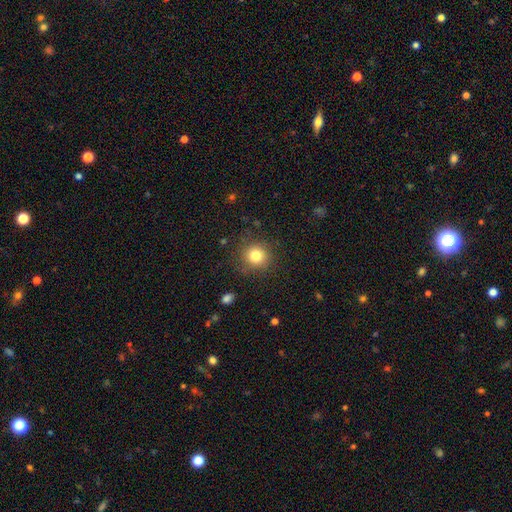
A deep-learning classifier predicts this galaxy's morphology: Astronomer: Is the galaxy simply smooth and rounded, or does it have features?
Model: smooth — 81%.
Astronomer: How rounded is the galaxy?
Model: round — 91%.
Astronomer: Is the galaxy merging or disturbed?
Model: none — 86%.